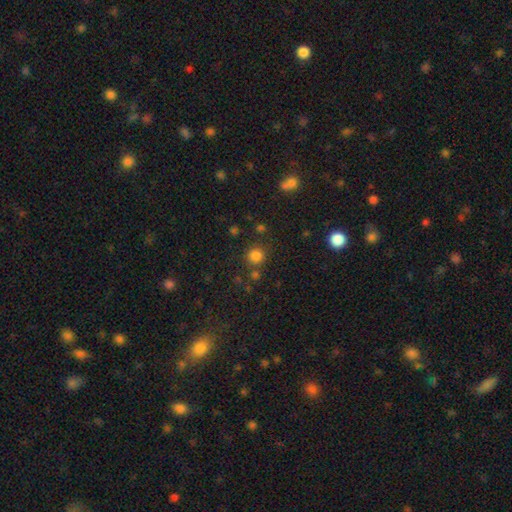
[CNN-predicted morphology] Smooth or featured: smooth — 79% (star or artifact — 16%)
How rounded: round — 92% (in between — 7%)
Merging: none — 80% (minor disturbance — 9%)